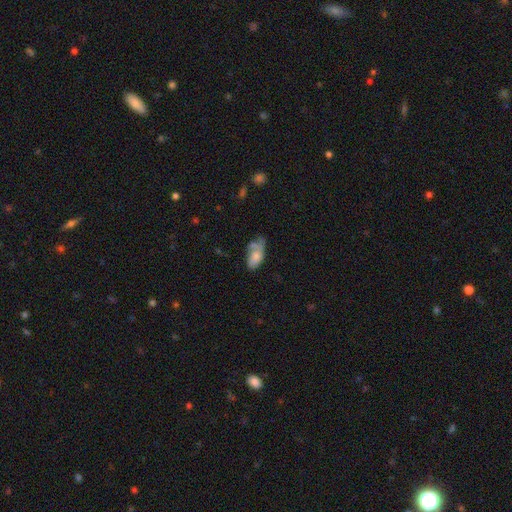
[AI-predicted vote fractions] smooth_or_featured: smooth (p=0.65) [alt: featured or disk p=0.27]
how_rounded: in between (p=0.90) [alt: cigar-shaped p=0.07]
merging: minor disturbance (p=0.33) [alt: none p=0.32]